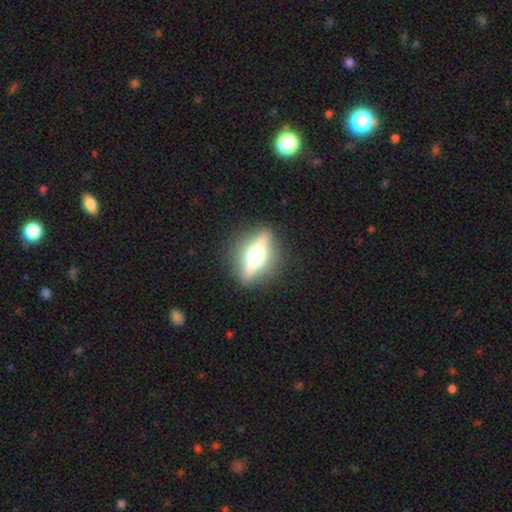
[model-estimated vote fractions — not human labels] Morphology: type=featured or disk (69%); edge-on=yes (88%); edge-on bulge=rounded (96%); merging=none (88%).